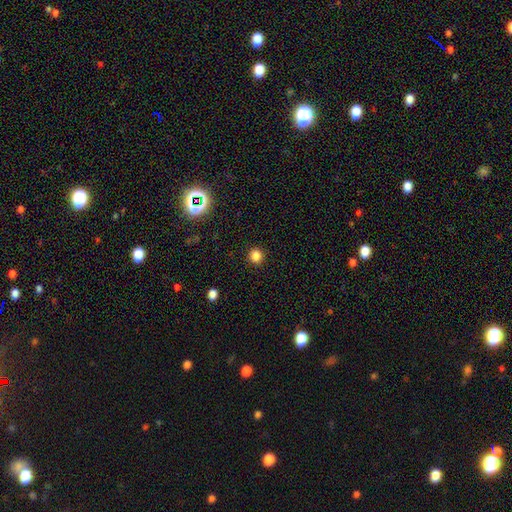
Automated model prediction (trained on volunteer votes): Smooth or featured? Predicted: smooth (p=0.82). How rounded? Predicted: round (p=0.90). Merging? Predicted: none (p=0.92).